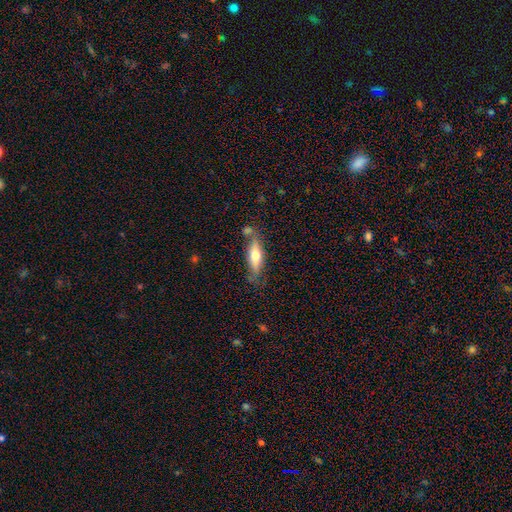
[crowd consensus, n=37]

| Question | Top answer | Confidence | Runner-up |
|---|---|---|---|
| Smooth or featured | smooth | 70% | featured or disk (24%) |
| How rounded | cigar-shaped | 69% | in between (31%) |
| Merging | none | 69% | minor disturbance (23%) |